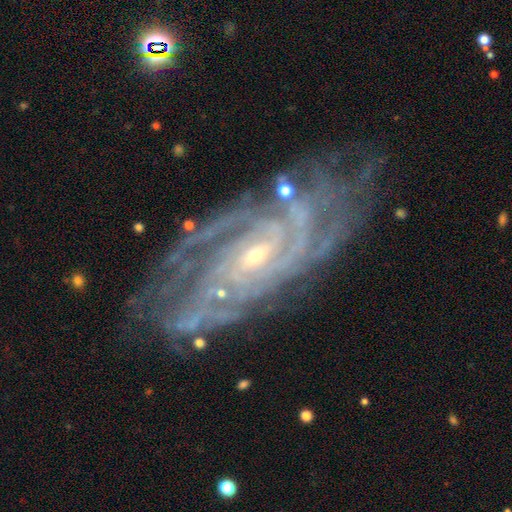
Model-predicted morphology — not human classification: A featured or disk galaxy (89%) with no bar (58%), tight (69%) spiral arms (97%) and a small central bulge (74%).

Vote fractions:
- Smooth or featured? featured or disk: 89% / star or artifact: 6% / smooth: 5%
- Edge-on disk? no: 93% / yes: 7%
- Bar? no: 58% / weak: 31% / strong: 11%
- Spiral arms? yes: 97% / no: 3%
- Spiral winding? tight: 69% / medium: 26% / loose: 5%
- Spiral arm count? can't tell: 31% / 2: 21% / 3: 15% / 4: 15% / more than 4: 11% / 1: 7%
- Bulge size? small: 74% / moderate: 22% / none: 2% / large: 1% / dominant: 1%
- Merging? none: 77% / minor disturbance: 16% / major disturbance: 6% / merger: 2%